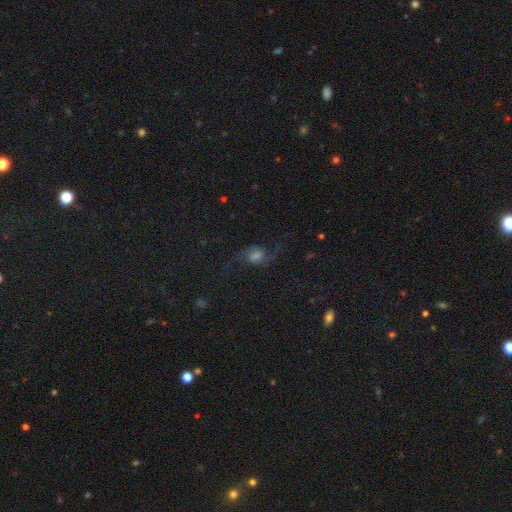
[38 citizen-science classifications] A featured or disk galaxy (92%) with a weak bar (56%), 2 (100%) loose (85%) spiral arms (100%) and a moderate central bulge (56%).

Vote fractions:
- Smooth or featured? featured or disk: 92% / star or artifact: 5% / smooth: 3%
- Edge-on disk? no: 97% / yes: 3%
- Bar? weak: 56% / no: 29% / strong: 15%
- Spiral arms? yes: 100% / no: 0%
- Spiral winding? loose: 85% / medium: 15% / tight: 0%
- Spiral arm count? 2: 100% / 1: 0% / 3: 0% / 4: 0% / more than 4: 0% / can't tell: 0%
- Bulge size? moderate: 56% / large: 18% / small: 15% / none: 12% / dominant: 0%
- Merging? none: 83% / minor disturbance: 14% / major disturbance: 3% / merger: 0%